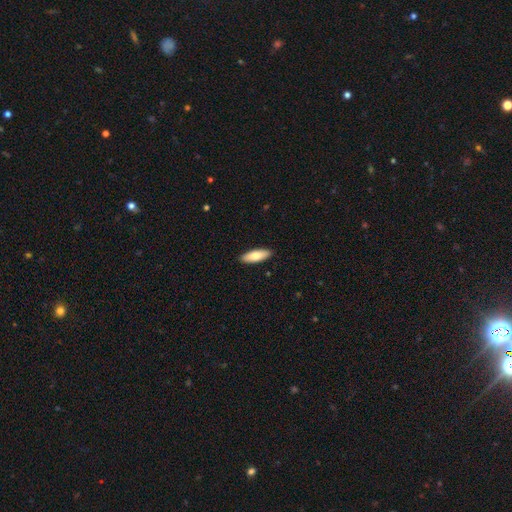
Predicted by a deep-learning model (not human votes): smooth 81%, featured or disk 14%, star or artifact 5%. Down the decision tree: how rounded — in between (62%); merging — none (90%).